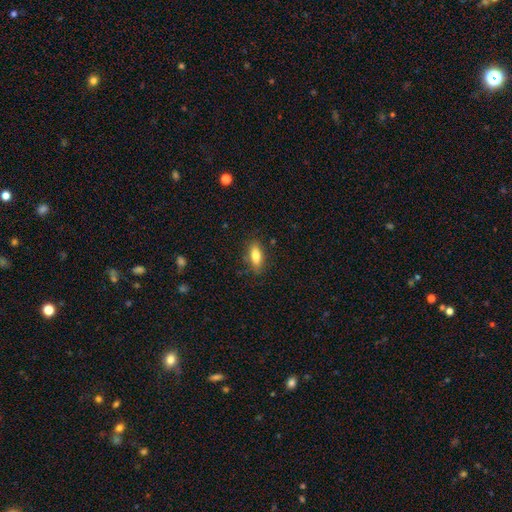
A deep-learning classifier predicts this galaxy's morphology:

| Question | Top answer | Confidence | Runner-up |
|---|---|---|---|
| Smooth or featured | smooth | 80% | featured or disk (13%) |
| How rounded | in between | 76% | cigar-shaped (21%) |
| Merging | none | 82% | minor disturbance (14%) |